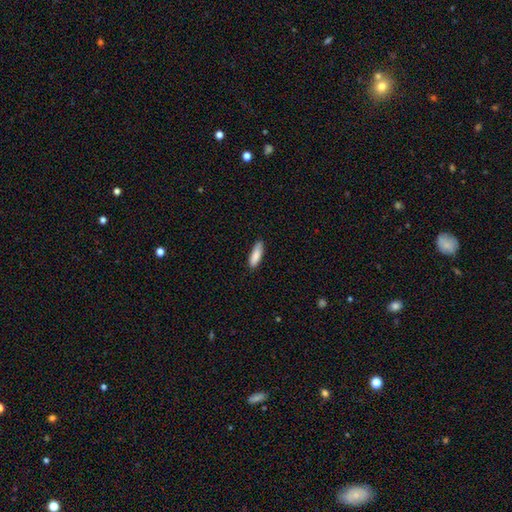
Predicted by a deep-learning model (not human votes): smooth-or-featured: smooth: 87% | featured or disk: 7% | star or artifact: 6%
  how-rounded: cigar-shaped: 49% (tied) | in between: 49% (tied) | round: 2%
  merging: none: 81% | minor disturbance: 15% | major disturbance: 2% | merger: 1%